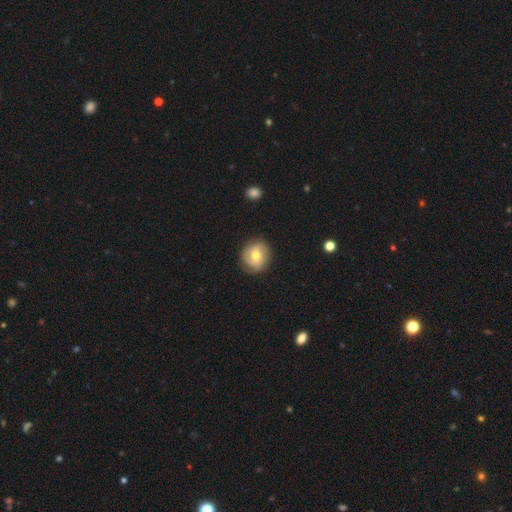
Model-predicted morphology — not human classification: This is possibly a smooth galaxy (55%). How rounded: clearly round (85%). Merging: clearly none (84%).